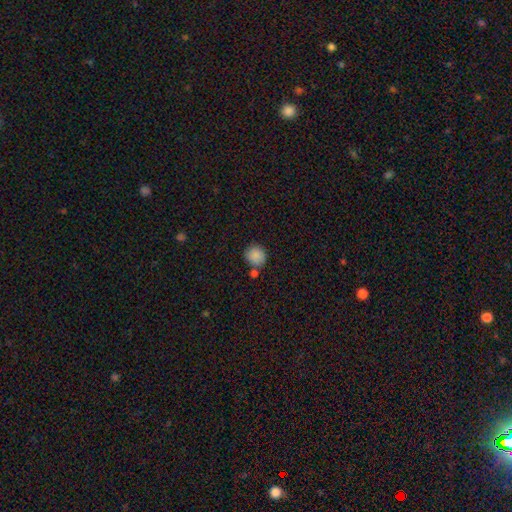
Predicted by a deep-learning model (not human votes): Q: Smooth or featured?
A: smooth (88%); runner-up: star or artifact (8%)
Q: How rounded?
A: round (85%); runner-up: in between (14%)
Q: Merging?
A: none (69%); runner-up: merger (14%)